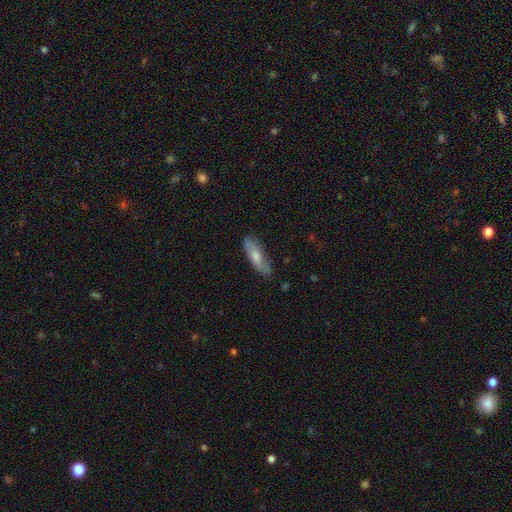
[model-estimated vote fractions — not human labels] Smooth or featured?
  - smooth: 50% *
  - featured or disk: 43%
  - star or artifact: 7%
How rounded?
  - cigar-shaped: 56% *
  - in between: 42%
  - round: 2%
Merging?
  - none: 80% *
  - minor disturbance: 16%
  - major disturbance: 3%
  - merger: 1%